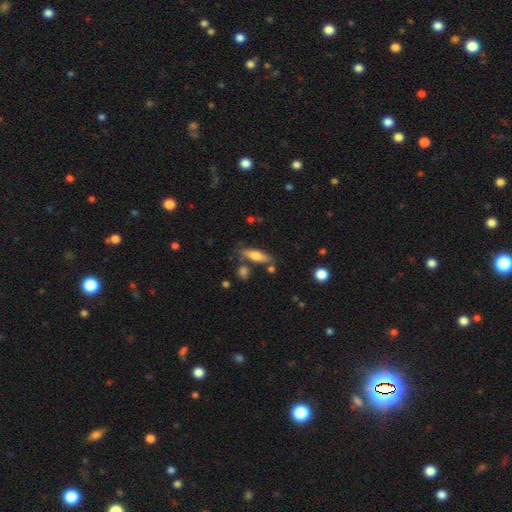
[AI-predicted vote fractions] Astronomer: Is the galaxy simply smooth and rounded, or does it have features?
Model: smooth — 65%.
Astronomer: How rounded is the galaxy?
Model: cigar-shaped — 54% (runner-up: in between, 43%).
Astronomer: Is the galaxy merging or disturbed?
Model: none — 74%.